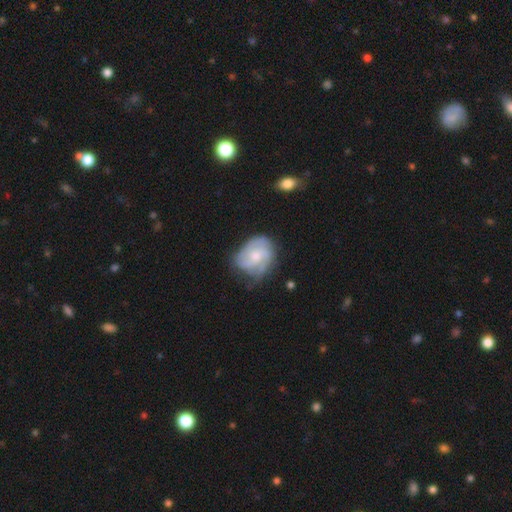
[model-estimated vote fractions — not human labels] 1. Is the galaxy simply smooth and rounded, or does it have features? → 70% featured or disk, 25% smooth, 6% star or artifact.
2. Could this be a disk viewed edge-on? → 98% no, 2% yes.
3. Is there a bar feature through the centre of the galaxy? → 68% no, 28% weak, 4% strong.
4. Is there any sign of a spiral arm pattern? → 89% yes, 11% no.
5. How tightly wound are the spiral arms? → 46% tight, 40% medium, 14% loose.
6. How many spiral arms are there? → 34% 3, 26% can't tell, 25% 2, 6% 4, 5% 1, 3% more than 4.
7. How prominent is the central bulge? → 50% moderate, 36% small, 7% none, 6% large, 1% dominant.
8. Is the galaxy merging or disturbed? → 55% none, 29% minor disturbance, 14% major disturbance, 2% merger.